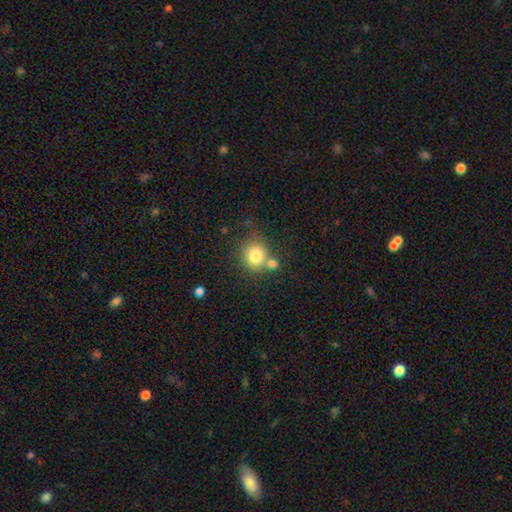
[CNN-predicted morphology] Smooth or featured? Predicted: smooth (p=0.79). How rounded? Predicted: round (p=0.85). Merging? Predicted: none (p=0.60).